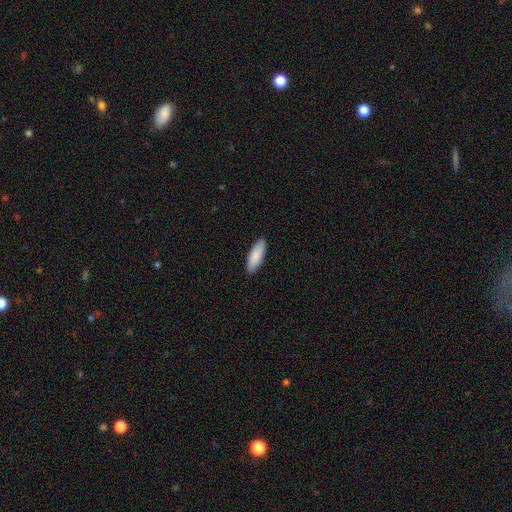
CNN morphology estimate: Overall: smooth (89%). How rounded: in between (60%; cigar-shaped 38%). Merging: none (90%).